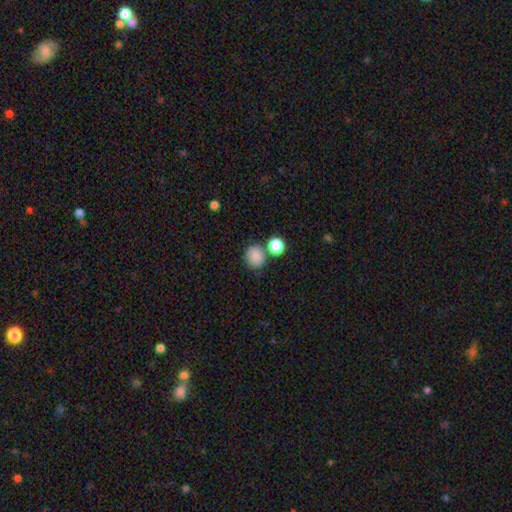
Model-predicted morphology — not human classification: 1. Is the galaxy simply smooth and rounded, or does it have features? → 85% smooth, 10% star or artifact, 5% featured or disk.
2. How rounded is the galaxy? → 75% round, 24% in between, 1% cigar-shaped.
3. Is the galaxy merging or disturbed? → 67% none, 16% merger, 12% minor disturbance, 4% major disturbance.